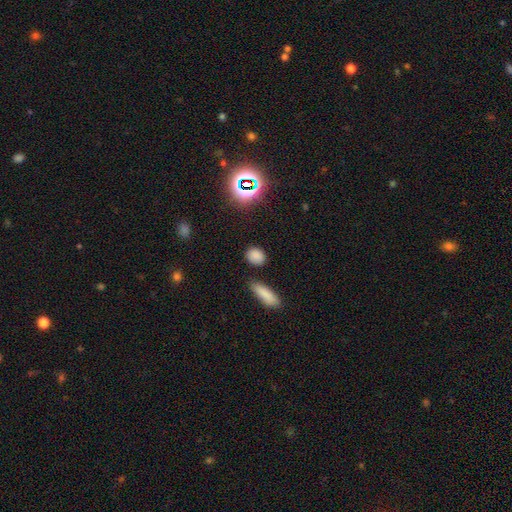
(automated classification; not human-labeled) This appears to be a smooth galaxy with no disk features (81%) that is in between round and cigar-shaped (51%). Merging: none (84%).